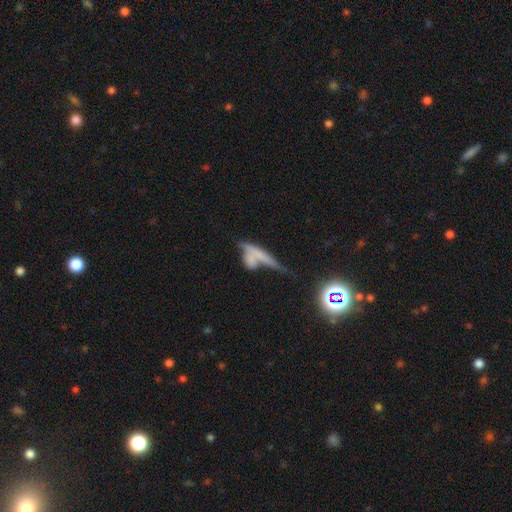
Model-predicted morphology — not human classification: smooth_or_featured: smooth (p=0.55) [alt: featured or disk p=0.34]
how_rounded: cigar-shaped (p=0.64) [alt: in between p=0.28]
merging: merger (p=0.47) [alt: none p=0.29]